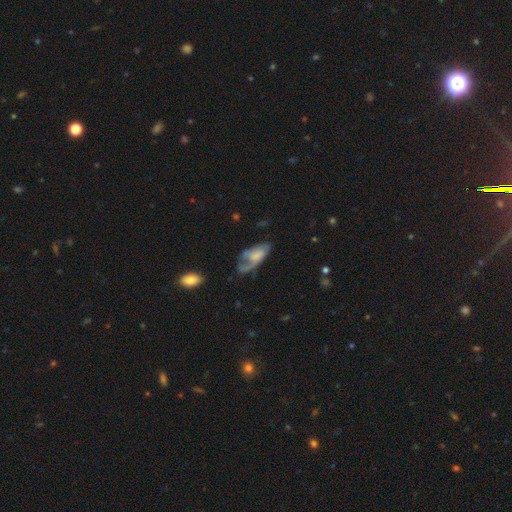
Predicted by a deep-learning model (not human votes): Smooth or featured?
  - smooth: 50% *
  - featured or disk: 42%
  - star or artifact: 8%
Merging?
  - major disturbance: 36% *
  - none: 31%
  - minor disturbance: 27%
  - merger: 5%